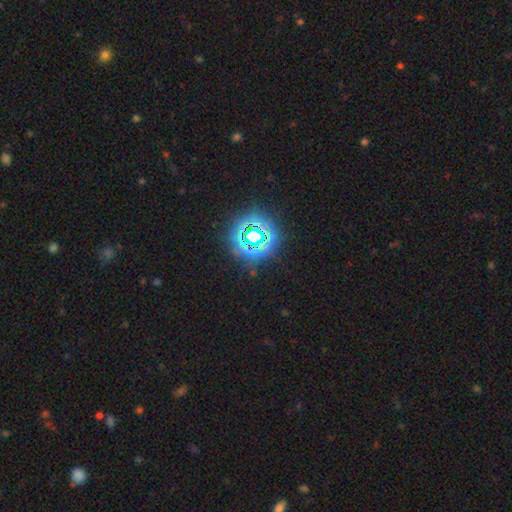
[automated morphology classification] star or artifact 71%, smooth 24%, featured or disk 5%.